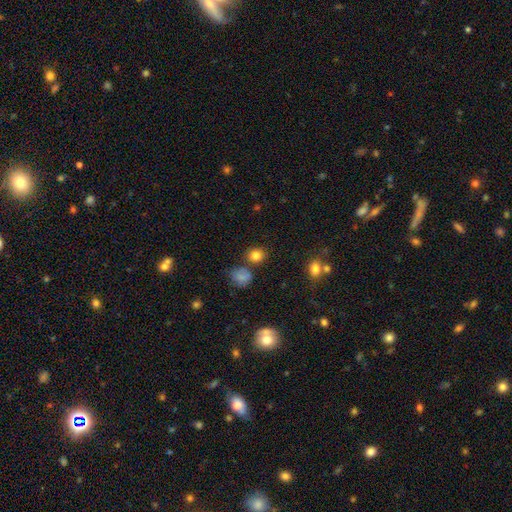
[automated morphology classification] A smooth galaxy with no disk features (83%) that is round (78%).

Vote fractions:
- Smooth or featured? smooth: 83% / star or artifact: 12% / featured or disk: 5%
- How rounded? round: 78% / in between: 21% / cigar-shaped: 1%
- Merging? none: 76% / minor disturbance: 10% / merger: 10% / major disturbance: 3%